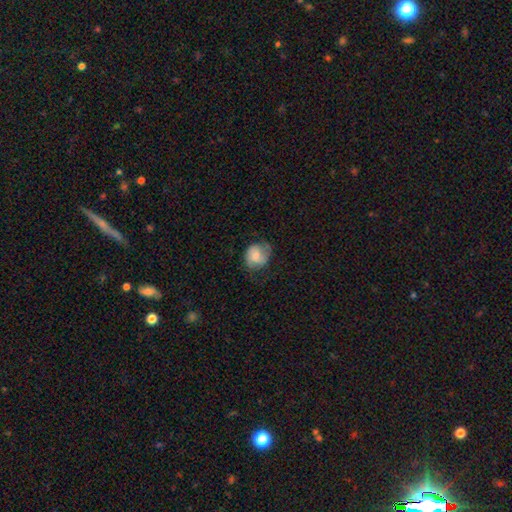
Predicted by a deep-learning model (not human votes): smooth_or_featured: smooth (p=0.61) [alt: featured or disk p=0.31]
how_rounded: round (p=0.66) [alt: in between p=0.33]
merging: none (p=0.57) [alt: minor disturbance p=0.29]